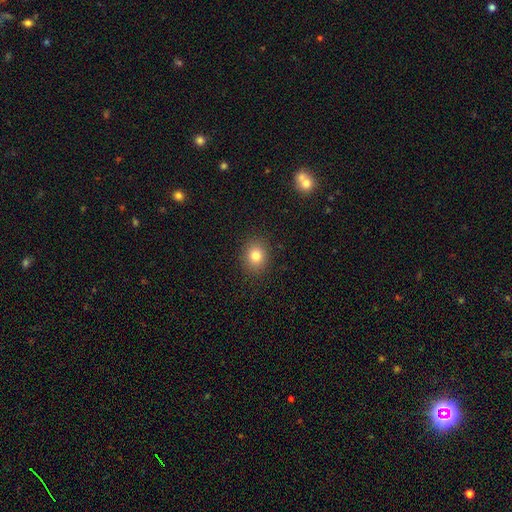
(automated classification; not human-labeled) Smooth or featured? smooth (81%)
How rounded? round (68%)
Merging? none (89%)